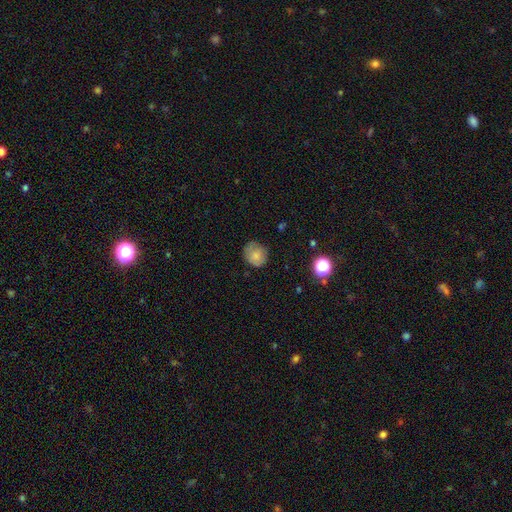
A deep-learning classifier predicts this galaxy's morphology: Smooth or featured?
  - smooth: 77% *
  - featured or disk: 13%
  - star or artifact: 10%
How rounded?
  - round: 81% *
  - in between: 18%
  - cigar-shaped: 1%
Merging?
  - none: 67% *
  - minor disturbance: 25%
  - major disturbance: 6%
  - merger: 2%